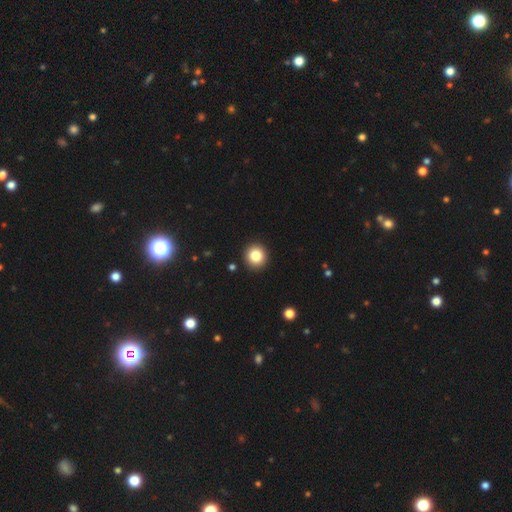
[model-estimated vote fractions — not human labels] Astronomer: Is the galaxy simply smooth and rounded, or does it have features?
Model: smooth — 83%.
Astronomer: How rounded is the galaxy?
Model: round — 92%.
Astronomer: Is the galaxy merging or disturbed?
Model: none — 92%.